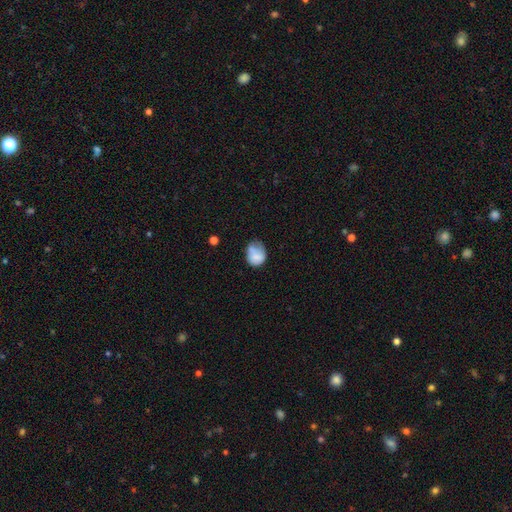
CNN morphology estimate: type=smooth (74%); roundness=round (51%); merging=none (42%).